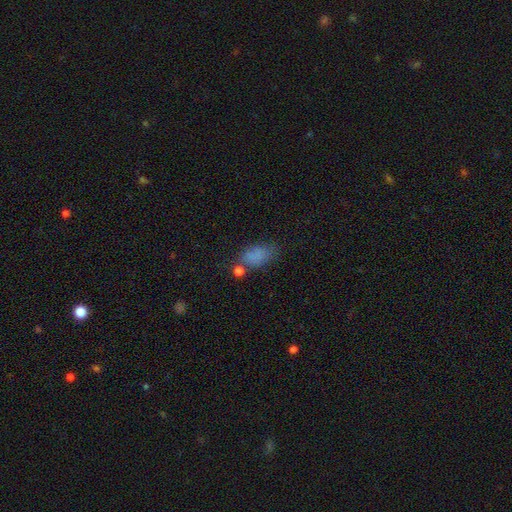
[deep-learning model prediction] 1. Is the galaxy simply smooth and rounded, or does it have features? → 77% smooth, 14% star or artifact, 9% featured or disk.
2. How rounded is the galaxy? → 88% in between, 8% round, 4% cigar-shaped.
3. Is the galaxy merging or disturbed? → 58% none, 22% minor disturbance, 10% major disturbance, 10% merger.